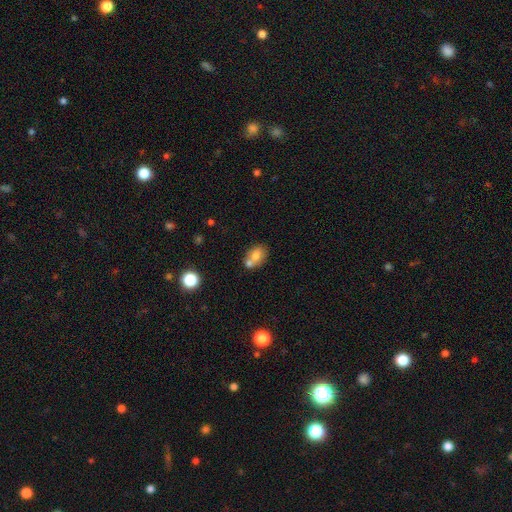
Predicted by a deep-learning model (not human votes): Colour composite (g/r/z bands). It shows a smooth galaxy with no disk features (73%) that is in between round and cigar-shaped (64%). Merging: none (45%).